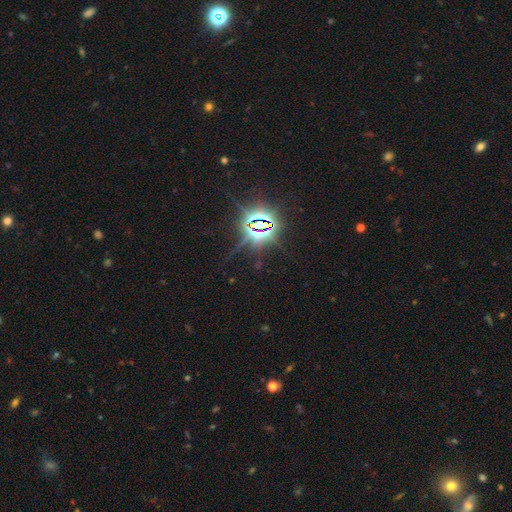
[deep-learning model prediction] Morphology: type=star or artifact (85%).